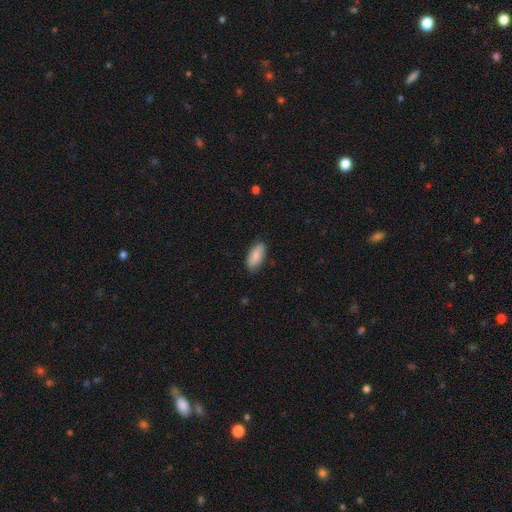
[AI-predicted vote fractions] A smooth galaxy with no disk features (83%) that is in between round and cigar-shaped (88%). Merging: none (84%).